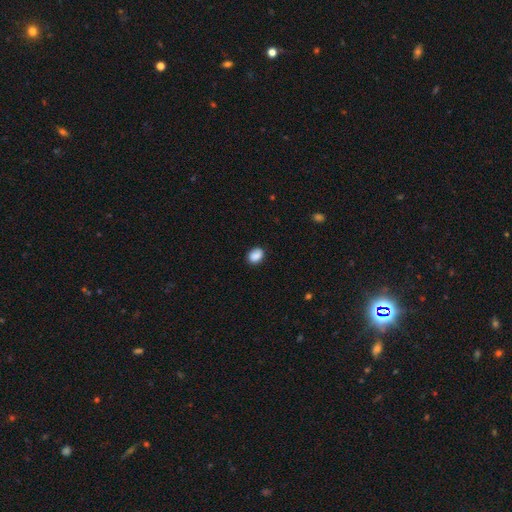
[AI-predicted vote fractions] Smooth or featured? smooth (88%)
How rounded? in between (66%)
Merging? none (81%)